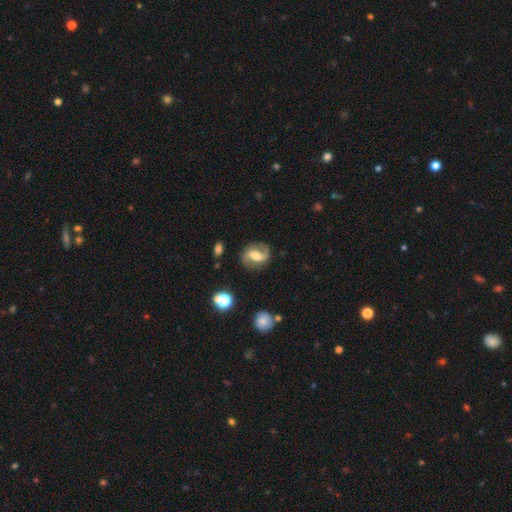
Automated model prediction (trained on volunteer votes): featured or disk 82%, smooth 12%, star or artifact 6%. Down the decision tree: edge-on disk — no (97%); bar — weak (45%); spiral arms — yes (95%); spiral arm count — 2 (92%); spiral winding — medium (49%); bulge size — moderate (65%); merging — none (84%).